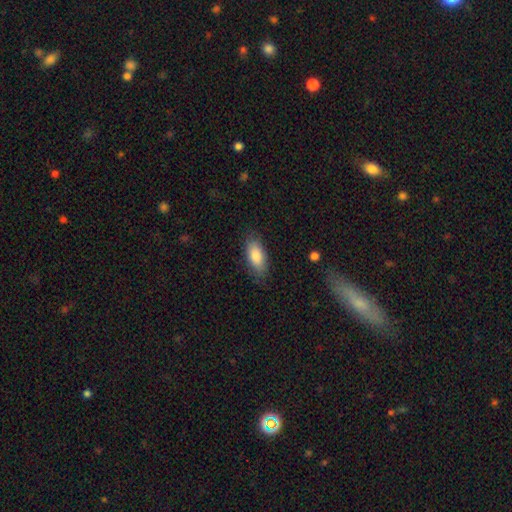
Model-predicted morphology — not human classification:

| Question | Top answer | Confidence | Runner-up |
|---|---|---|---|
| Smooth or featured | smooth | 85% | featured or disk (9%) |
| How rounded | in between | 85% | cigar-shaped (13%) |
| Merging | none | 83% | minor disturbance (13%) |